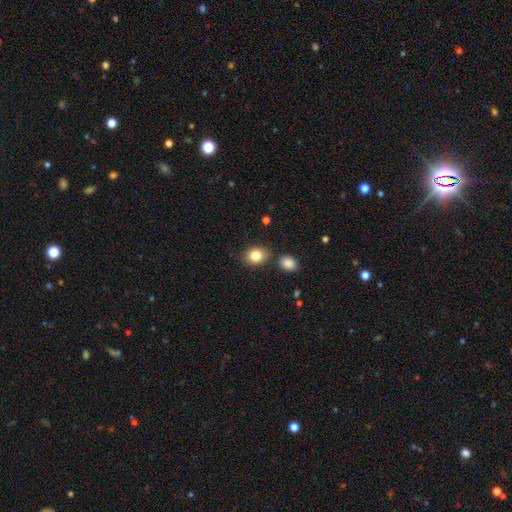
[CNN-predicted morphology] This appears to be a smooth galaxy with no disk features (83%) that is round (50%). Merging: none (79%).